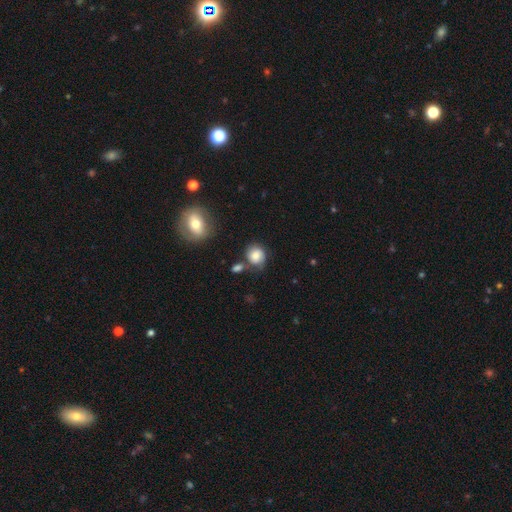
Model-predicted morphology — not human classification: This appears to be a smooth galaxy with no disk features (68%) that is round (74%). Merging: none (57%).